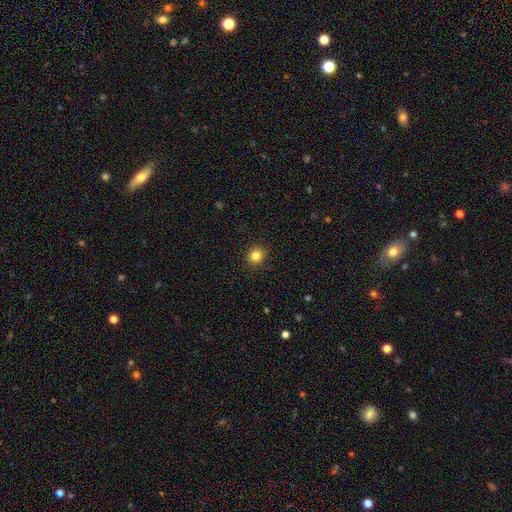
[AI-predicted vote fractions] Smooth or featured: smooth — 83% (star or artifact — 12%)
How rounded: round — 80% (in between — 19%)
Merging: none — 91% (minor disturbance — 6%)